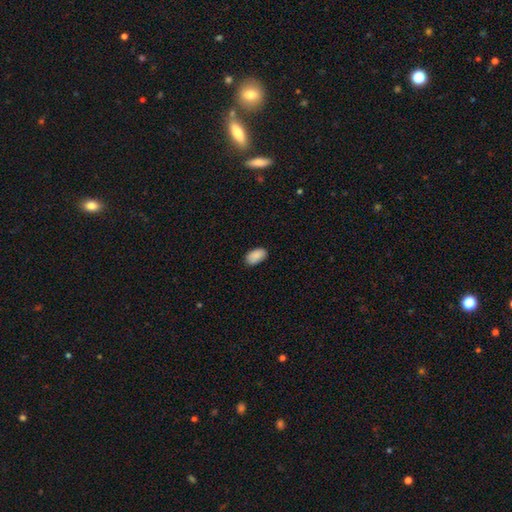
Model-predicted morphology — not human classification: A smooth galaxy with no disk features (90%) that is in between round and cigar-shaped (94%).

Vote fractions:
- Smooth or featured? smooth: 90% / star or artifact: 7% / featured or disk: 4%
- How rounded? in between: 94% / round: 4% / cigar-shaped: 1%
- Merging? none: 85% / minor disturbance: 12% / major disturbance: 2% / merger: 1%